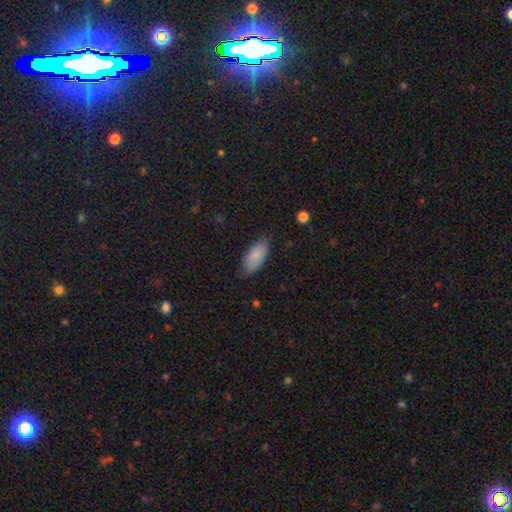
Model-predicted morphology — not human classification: Q: Smooth or featured?
A: smooth (85%); runner-up: featured or disk (9%)
Q: How rounded?
A: in between (89%); runner-up: cigar-shaped (9%)
Q: Merging?
A: none (77%); runner-up: minor disturbance (19%)